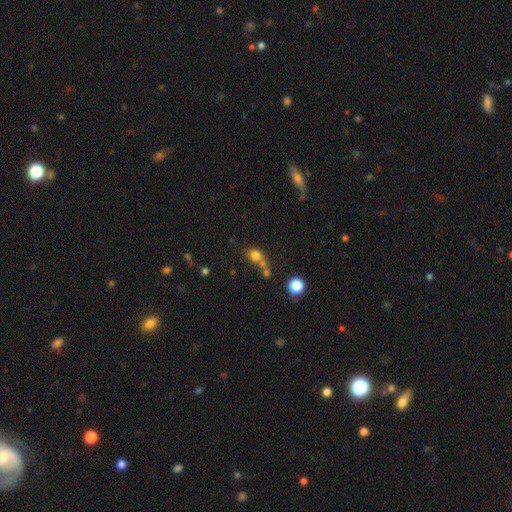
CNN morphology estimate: Smooth or featured? Predicted: smooth (p=0.76). How rounded? Predicted: round (p=0.68). Merging? Predicted: none (p=0.45).